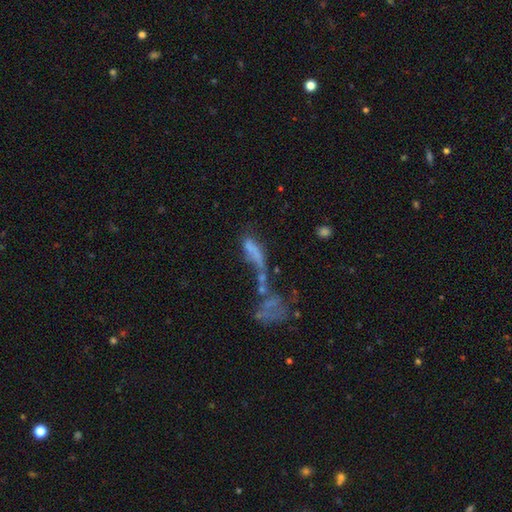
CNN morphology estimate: The model was most divided on "smooth or featured": featured or disk: 43%, smooth: 35%, star or artifact: 22%. More confident: merging — merger (50%).